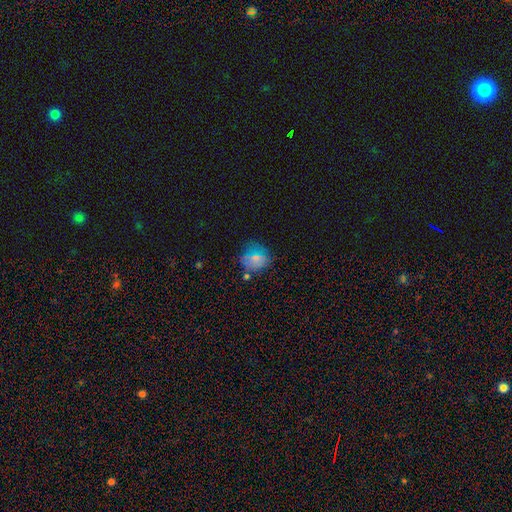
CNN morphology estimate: type=smooth (67%); roundness=round (71%); merging=none (65%).